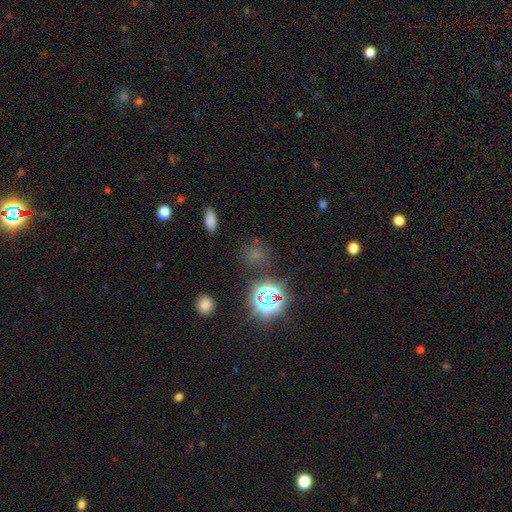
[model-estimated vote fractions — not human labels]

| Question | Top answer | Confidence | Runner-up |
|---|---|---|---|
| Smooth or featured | star or artifact | 47% | smooth (45%) |